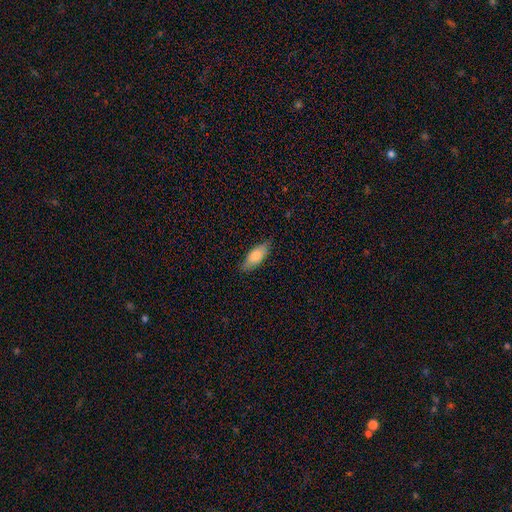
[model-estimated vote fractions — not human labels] Smooth or featured?
  - smooth: 76% *
  - featured or disk: 18%
  - star or artifact: 6%
How rounded?
  - in between: 75% *
  - cigar-shaped: 23%
  - round: 2%
Merging?
  - none: 82% *
  - minor disturbance: 15%
  - major disturbance: 3%
  - merger: 1%